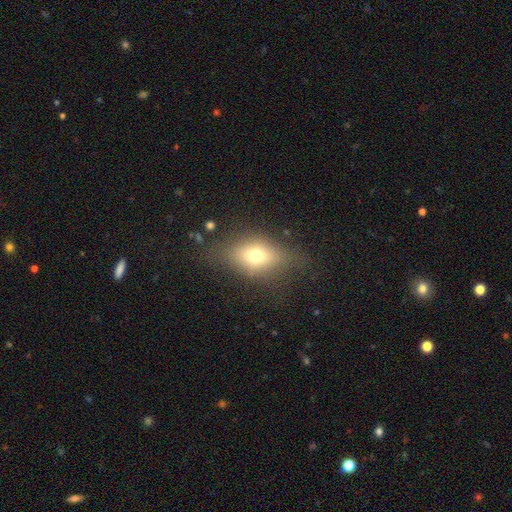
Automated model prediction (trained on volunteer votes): The model was most divided on "smooth or featured": smooth: 64%, featured or disk: 24%, star or artifact: 12%. More confident: how rounded — in between (70%); merging — none (66%).